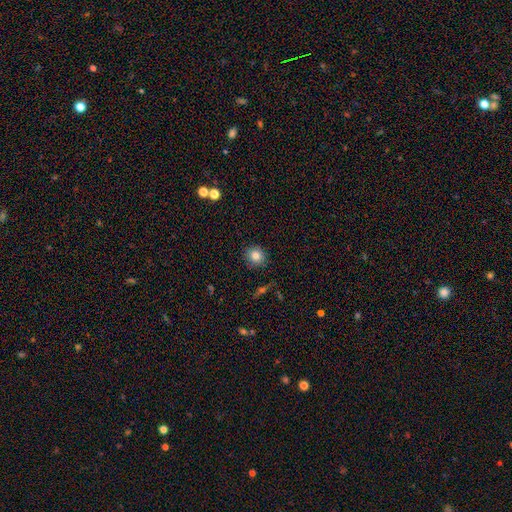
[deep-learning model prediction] Smooth or featured? smooth (83%)
How rounded? round (87%)
Merging? none (88%)